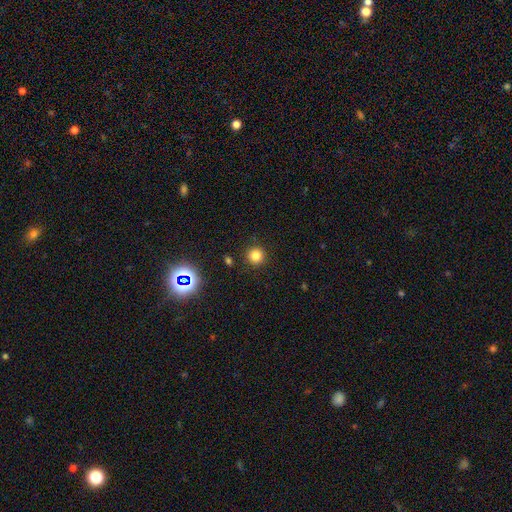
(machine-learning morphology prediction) smooth-or-featured: smooth: 79% | star or artifact: 16% | featured or disk: 5%
  how-rounded: round: 95% | in between: 4% | cigar-shaped: 1%
  merging: none: 91% | minor disturbance: 6% | major disturbance: 2% | merger: 2%